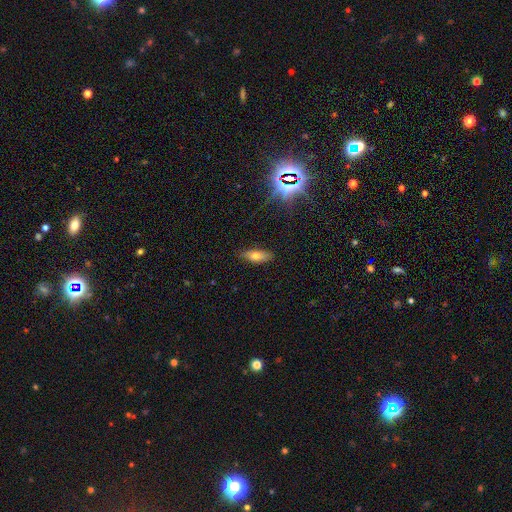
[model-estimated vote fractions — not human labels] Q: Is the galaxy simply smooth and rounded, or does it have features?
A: smooth — 67%.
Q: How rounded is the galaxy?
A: in between — 70%.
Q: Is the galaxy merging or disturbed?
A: none — 85%.